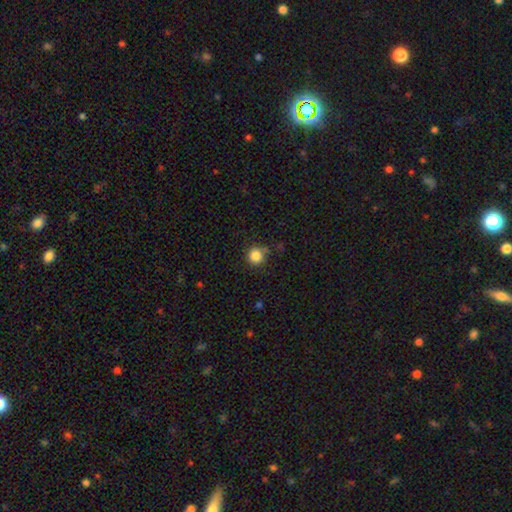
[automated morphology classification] Smooth or featured?
  - smooth: 85% *
  - star or artifact: 11%
  - featured or disk: 4%
How rounded?
  - round: 94% *
  - in between: 6%
  - cigar-shaped: 1%
Merging?
  - none: 82% *
  - minor disturbance: 11%
  - merger: 5%
  - major disturbance: 3%